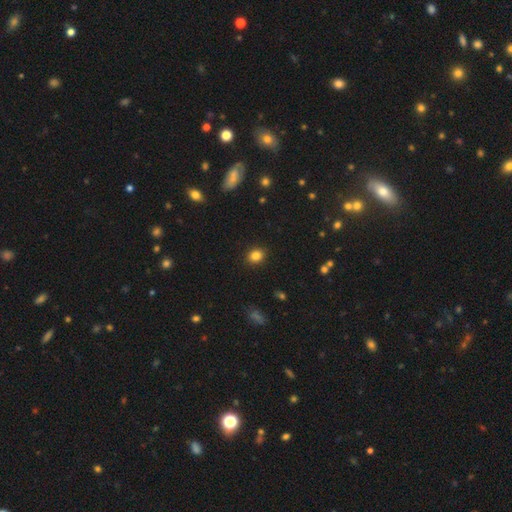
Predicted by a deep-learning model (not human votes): This appears to be a smooth galaxy with no disk features (84%) that is round (64%). Merging: none (90%).